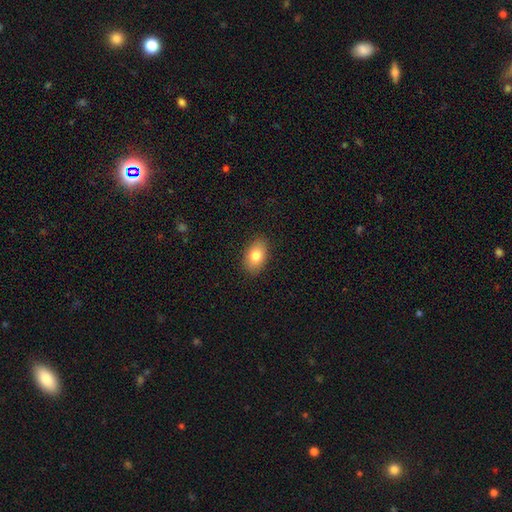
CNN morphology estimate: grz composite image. It shows a smooth galaxy with no disk features (80%) that is in between round and cigar-shaped (89%). Merging: none (88%).